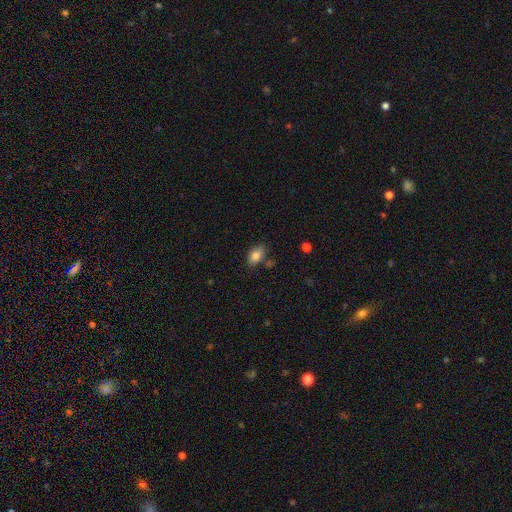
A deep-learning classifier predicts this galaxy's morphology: Overall: smooth (84%). How rounded: in between (90%). Merging: none (76%).